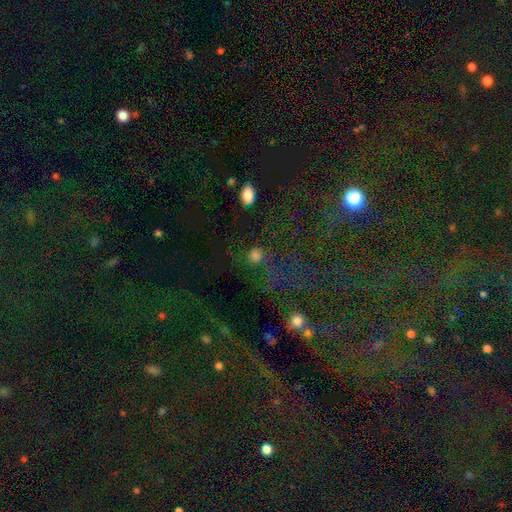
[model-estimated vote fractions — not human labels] This is likely a smooth galaxy (69%). How rounded: likely round (77%). Merging: likely none (71%).